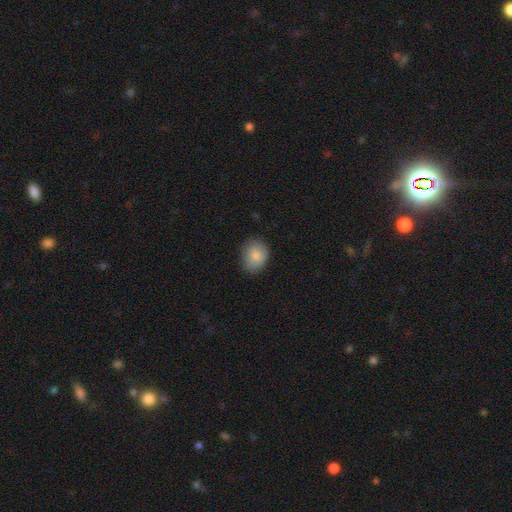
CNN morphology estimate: smooth 86%, star or artifact 8%, featured or disk 7%. Down the decision tree: how rounded — round (50%); merging — none (80%).